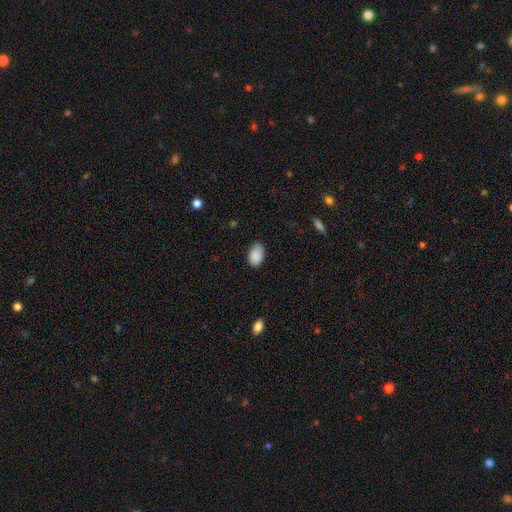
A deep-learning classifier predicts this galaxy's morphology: Smooth or featured? Predicted: smooth (p=0.90). How rounded? Predicted: in between (p=0.92). Merging? Predicted: none (p=0.81).